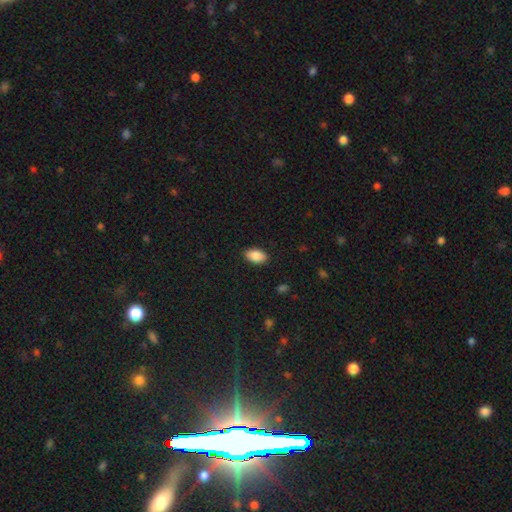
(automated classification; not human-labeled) Overall: smooth (87%). How rounded: in between (93%). Merging: none (88%).